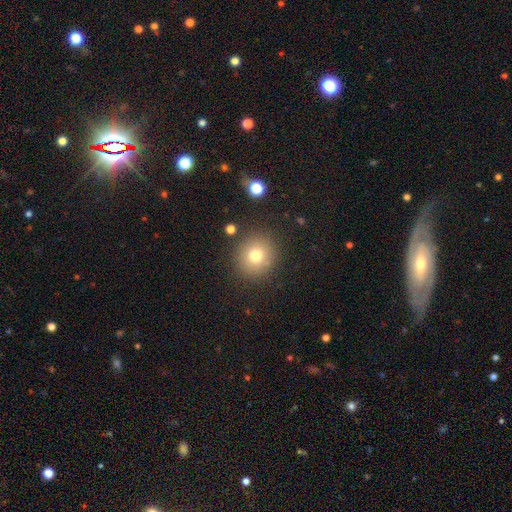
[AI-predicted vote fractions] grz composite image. It shows a smooth galaxy with no disk features (76%) that is round (88%). Merging: none (86%).